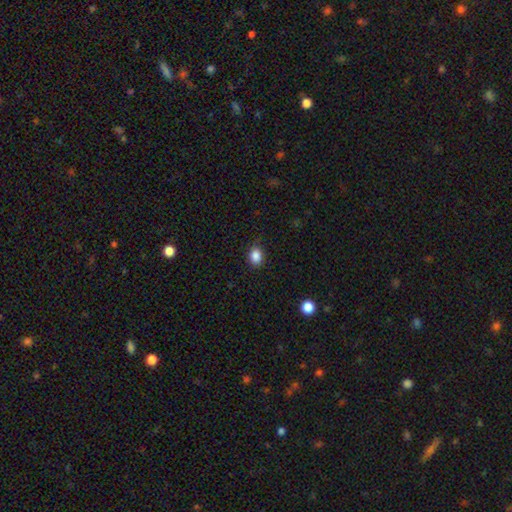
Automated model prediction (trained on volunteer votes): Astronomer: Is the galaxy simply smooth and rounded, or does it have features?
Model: smooth — 86%.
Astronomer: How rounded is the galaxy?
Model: in between — 56% (runner-up: round, 43%).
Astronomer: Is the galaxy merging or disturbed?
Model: none — 78%.